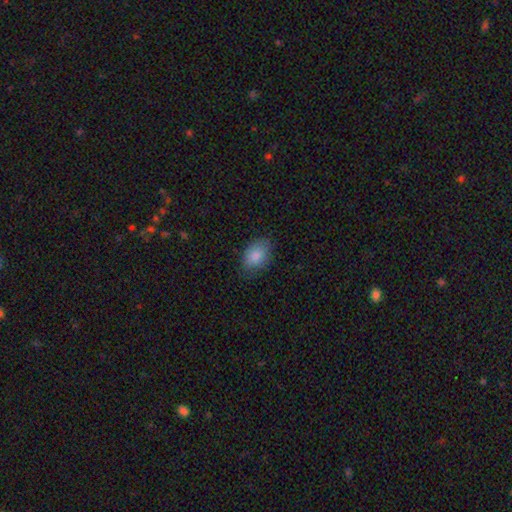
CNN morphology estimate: Overall: smooth (86%). How rounded: in between (83%). Merging: none (75%).